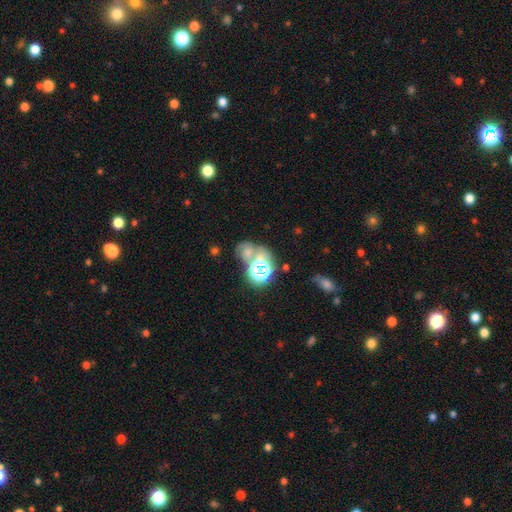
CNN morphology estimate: Smooth or featured? star or artifact (39%)